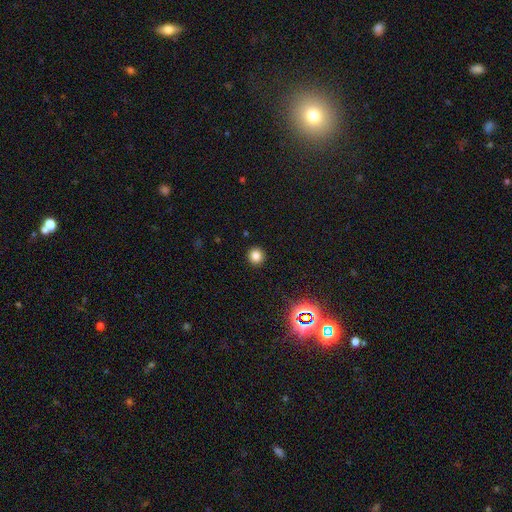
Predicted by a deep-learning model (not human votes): A smooth galaxy with no disk features (82%) that is round (93%). Merging: none (93%).